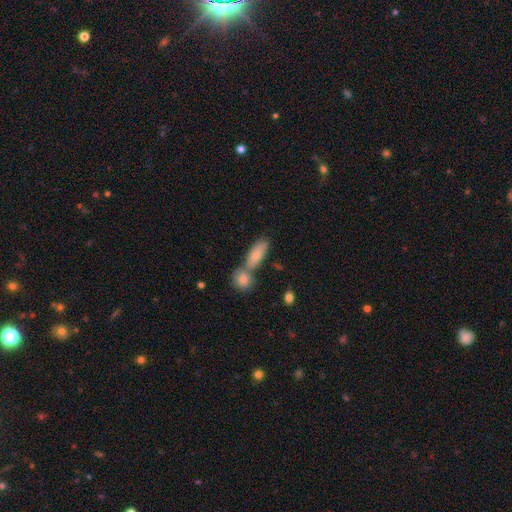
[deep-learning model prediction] This appears to be a smooth galaxy with no disk features (64%) that is in between round and cigar-shaped (64%). Merging: none (47%).